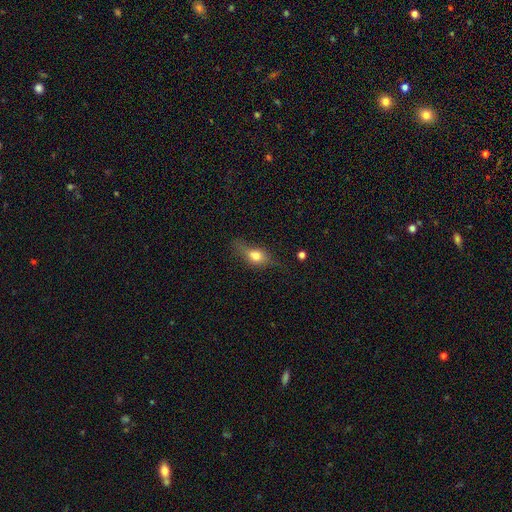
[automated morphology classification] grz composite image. It shows a smooth galaxy with no disk features (66%) that is in between round and cigar-shaped (64%). Merging: none (44%).